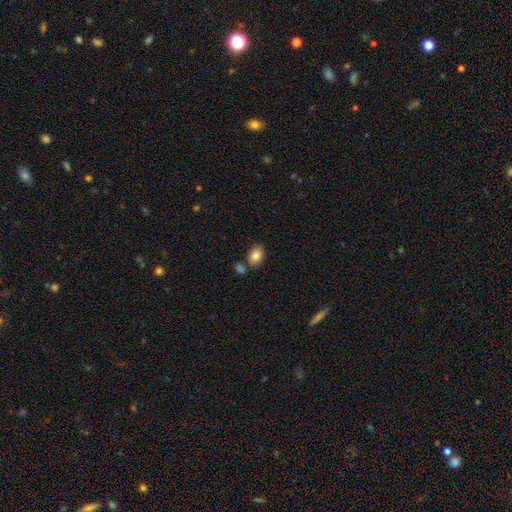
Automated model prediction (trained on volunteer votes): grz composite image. It shows a smooth galaxy with no disk features (85%) that is in between round and cigar-shaped (80%). Merging: none (73%).